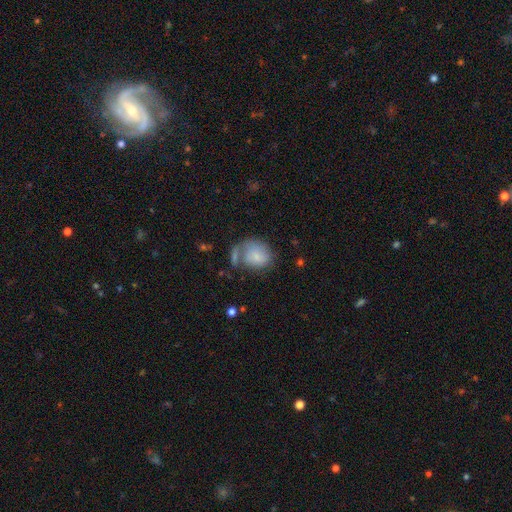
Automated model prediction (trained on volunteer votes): Morphology: type=smooth (73%); roundness=round (55%); merging=none (42%).